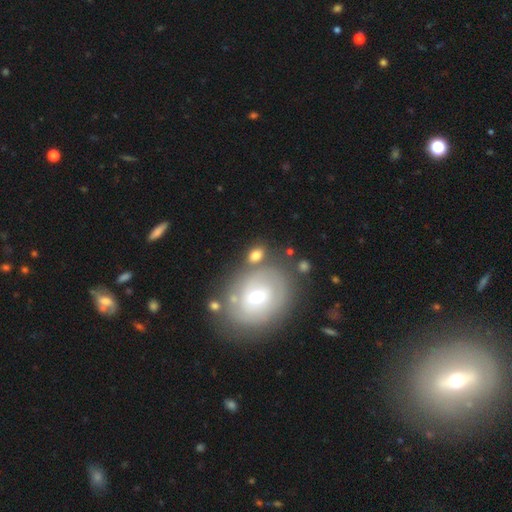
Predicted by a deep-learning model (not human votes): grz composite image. It shows a smooth galaxy with no disk features (69%) that is in between round and cigar-shaped (63%). Merging: none (62%).